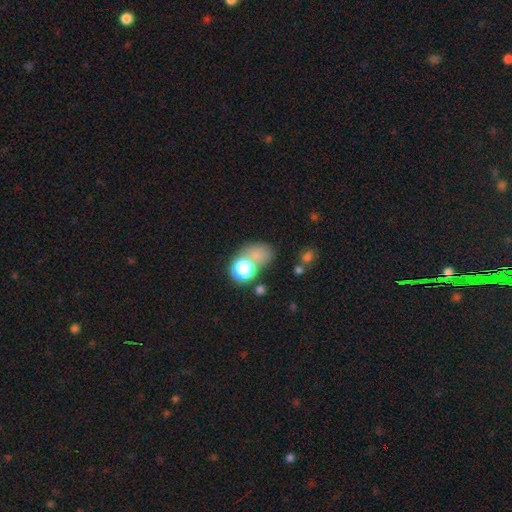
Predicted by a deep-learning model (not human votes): smooth_or_featured: smooth (p=0.64) [alt: star or artifact p=0.26]
how_rounded: round (p=0.50) [alt: in between p=0.49]
merging: none (p=0.49) [alt: merger p=0.24]